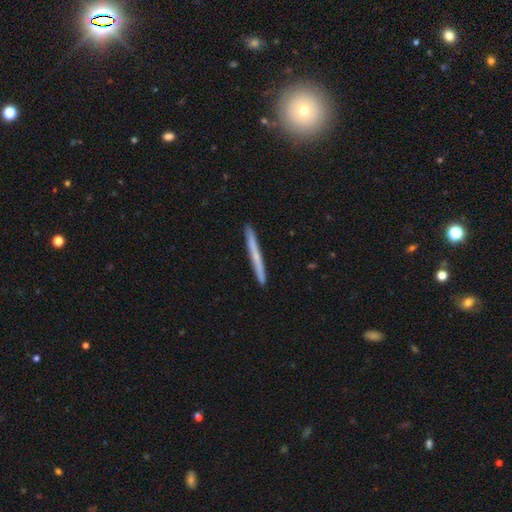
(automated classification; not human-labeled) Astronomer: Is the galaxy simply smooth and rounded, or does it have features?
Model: smooth — 50% (runner-up: featured or disk, 44%).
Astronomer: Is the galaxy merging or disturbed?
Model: none — 92%.